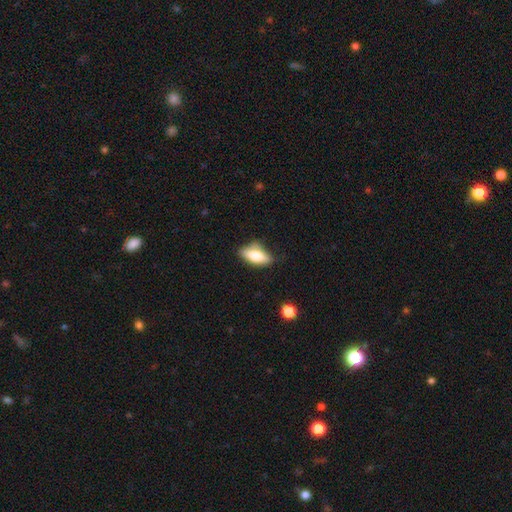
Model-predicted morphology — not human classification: This is likely a smooth galaxy (70%). How rounded: likely in between (80%). Merging: likely none (67%).